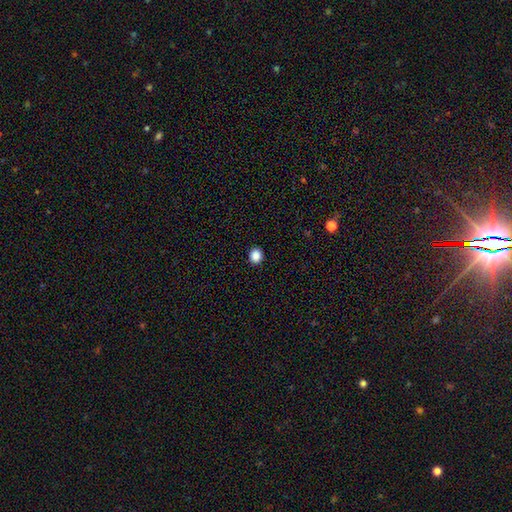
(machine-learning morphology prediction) smooth 87%, star or artifact 10%, featured or disk 3%. Down the decision tree: how rounded — round (76%); merging — none (93%).